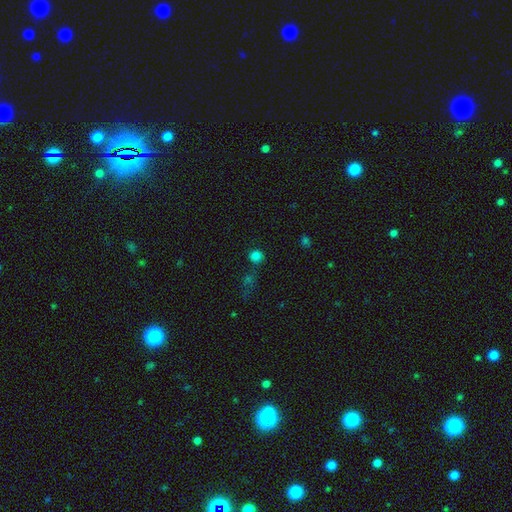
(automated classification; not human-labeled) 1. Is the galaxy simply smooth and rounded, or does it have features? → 77% smooth, 18% star or artifact, 5% featured or disk.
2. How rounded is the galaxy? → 89% round, 10% in between, 1% cigar-shaped.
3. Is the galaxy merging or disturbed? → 72% none, 14% merger, 10% minor disturbance, 5% major disturbance.